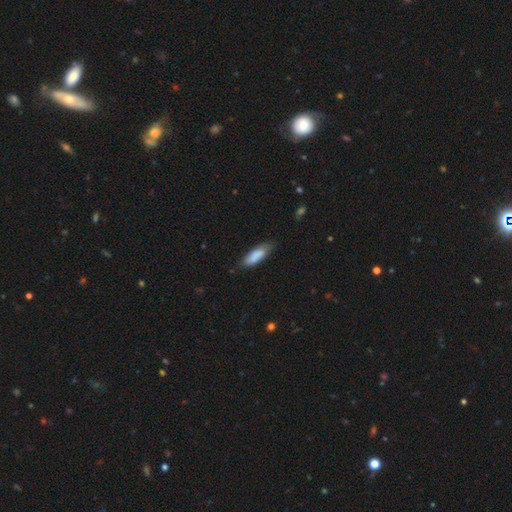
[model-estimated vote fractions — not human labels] This appears to be a smooth galaxy with no disk features (84%) that is in between round and cigar-shaped (57%). Merging: none (70%).